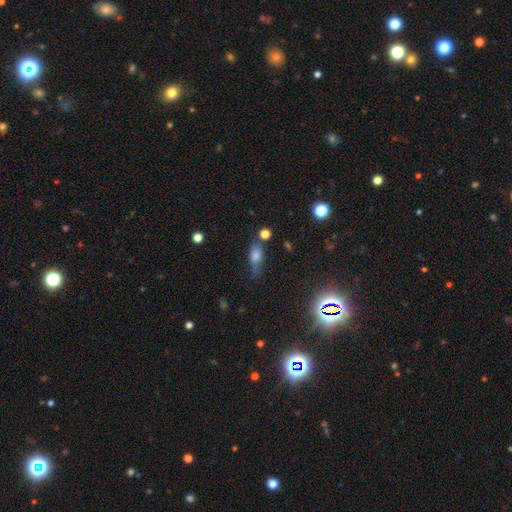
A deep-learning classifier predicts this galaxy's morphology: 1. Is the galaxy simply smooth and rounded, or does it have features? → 64% smooth, 19% star or artifact, 17% featured or disk.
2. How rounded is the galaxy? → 68% in between, 21% cigar-shaped, 11% round.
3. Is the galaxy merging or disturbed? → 59% none, 25% minor disturbance, 10% major disturbance, 7% merger.